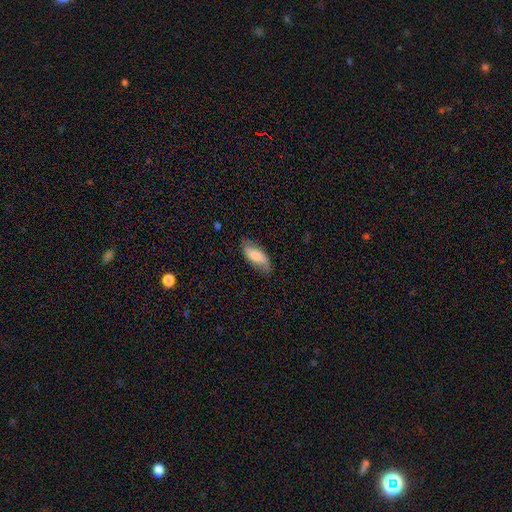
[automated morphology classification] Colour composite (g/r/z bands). It shows a smooth galaxy with no disk features (75%) that is in between round and cigar-shaped (77%). Merging: none (75%).